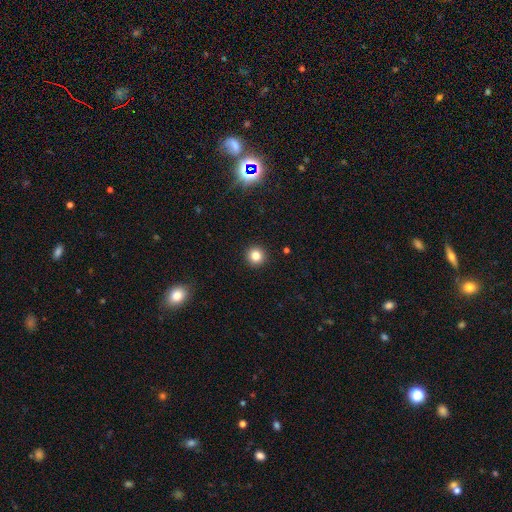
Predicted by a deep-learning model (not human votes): smooth 83%, star or artifact 12%, featured or disk 5%. Down the decision tree: how rounded — round (95%); merging — none (93%).